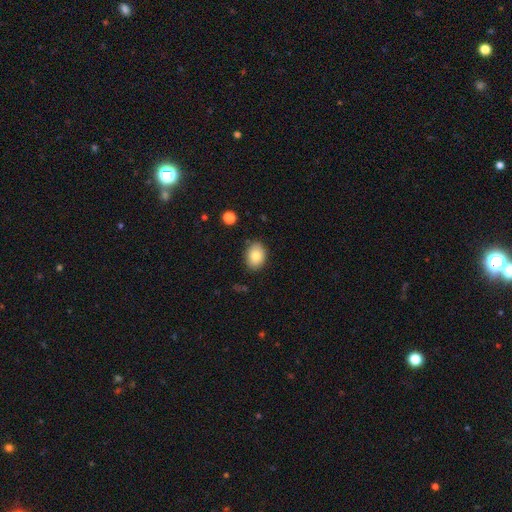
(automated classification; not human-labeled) Overall: smooth (82%). How rounded: in between (71%). Merging: none (85%).